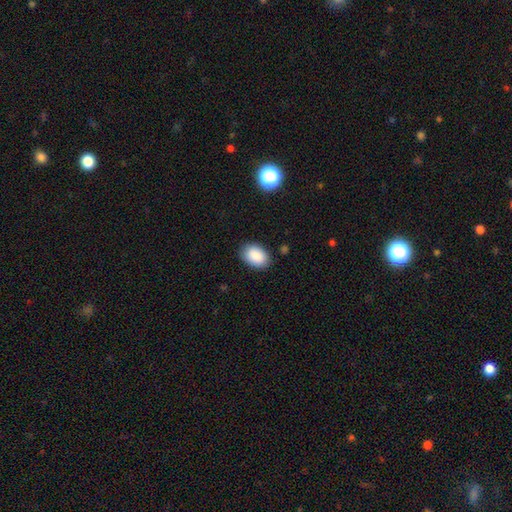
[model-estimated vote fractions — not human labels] A smooth galaxy with no disk features (88%) that is in between round and cigar-shaped (86%).

Vote fractions:
- Smooth or featured? smooth: 88% / star or artifact: 7% / featured or disk: 5%
- How rounded? in between: 86% / round: 13% / cigar-shaped: 1%
- Merging? none: 85% / minor disturbance: 11% / major disturbance: 2% / merger: 1%